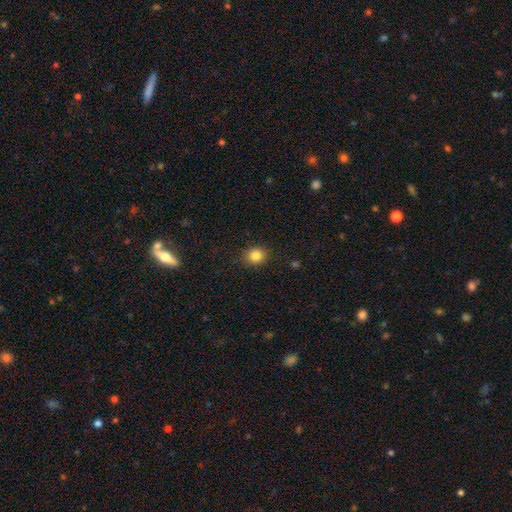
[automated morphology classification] type=smooth (84%); roundness=round (74%); merging=none (89%).